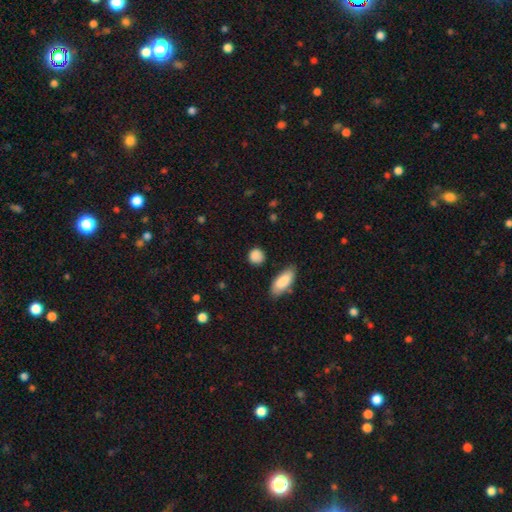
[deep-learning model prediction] Smooth or featured: smooth — 86% (star or artifact — 9%)
How rounded: round — 75% (in between — 22%)
Merging: none — 79% (minor disturbance — 13%)